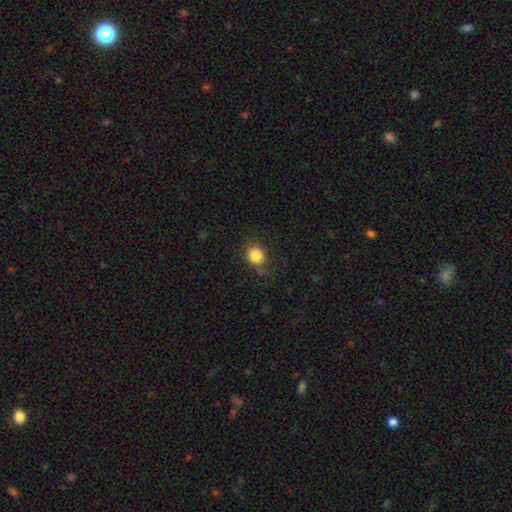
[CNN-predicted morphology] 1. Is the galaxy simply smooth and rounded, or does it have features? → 84% smooth, 10% star or artifact, 6% featured or disk.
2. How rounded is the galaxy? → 71% round, 28% in between, 1% cigar-shaped.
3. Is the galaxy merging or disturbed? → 72% none, 19% minor disturbance, 7% major disturbance, 2% merger.